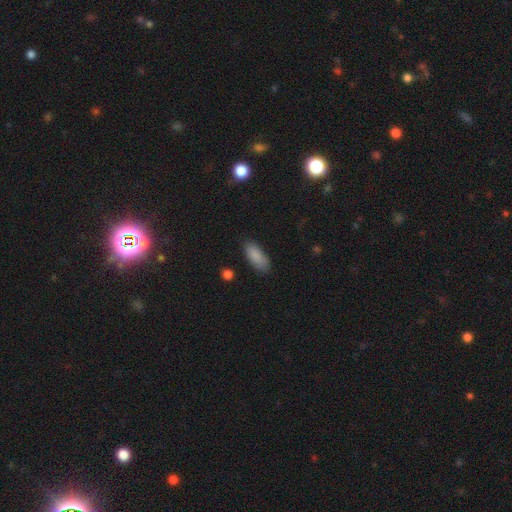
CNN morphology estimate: Overall: smooth (87%). How rounded: in between (79%). Merging: none (81%).